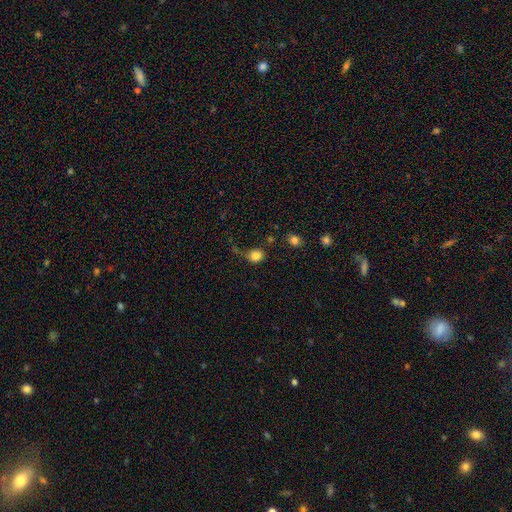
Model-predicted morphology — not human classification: smooth 83%, star or artifact 11%, featured or disk 5%. Down the decision tree: how rounded — round (68%); merging — none (61%).